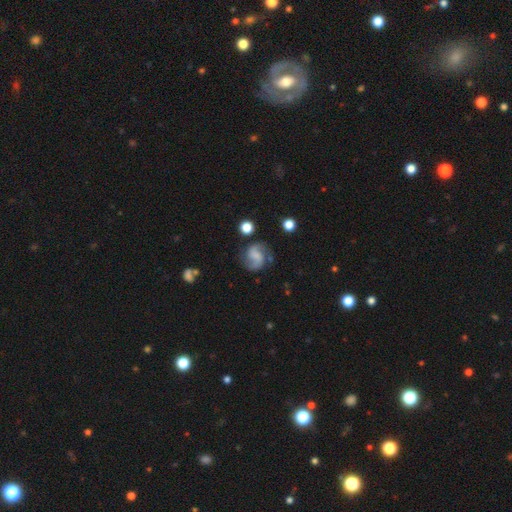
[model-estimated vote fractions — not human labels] A featured or disk galaxy (75%) with no bar (46%), 2 (89%) medium (48%) spiral arms (95%) and no central bulge (57%).

Vote fractions:
- Smooth or featured? featured or disk: 75% / smooth: 17% / star or artifact: 8%
- Edge-on disk? no: 98% / yes: 2%
- Bar? no: 46% / weak: 41% / strong: 13%
- Spiral arms? yes: 95% / no: 5%
- Spiral winding? medium: 48% / loose: 36% / tight: 16%
- Spiral arm count? 2: 89% / can't tell: 4% / 1: 3% / 3: 2% / 4: 1% / more than 4: 1%
- Bulge size? none: 57% / small: 21% / moderate: 13% / large: 7% / dominant: 2%
- Merging? none: 72% / minor disturbance: 16% / major disturbance: 8% / merger: 4%